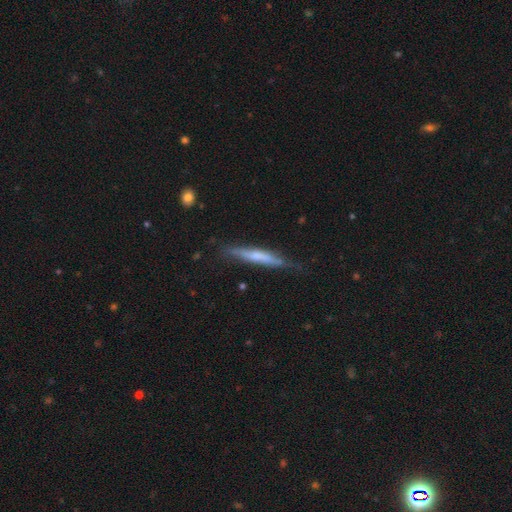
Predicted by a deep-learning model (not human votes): Smooth or featured: featured or disk — 56% (smooth — 35%)
Edge-on disk: yes — 92% (no — 8%)
Edge-on bulge: none — 49% (rounded — 40%)
Merging: none — 79% (minor disturbance — 16%)